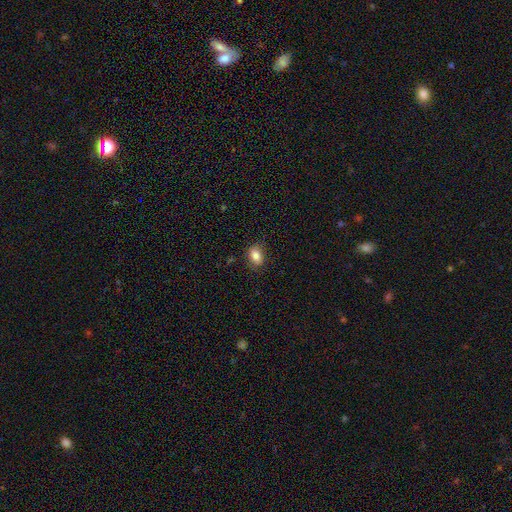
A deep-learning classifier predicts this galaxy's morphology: A smooth galaxy with no disk features (82%) that is in between round and cigar-shaped (75%).

Vote fractions:
- Smooth or featured? smooth: 82% / star or artifact: 9% / featured or disk: 9%
- How rounded? in between: 75% / round: 24% / cigar-shaped: 2%
- Merging? none: 83% / minor disturbance: 13% / major disturbance: 3% / merger: 1%